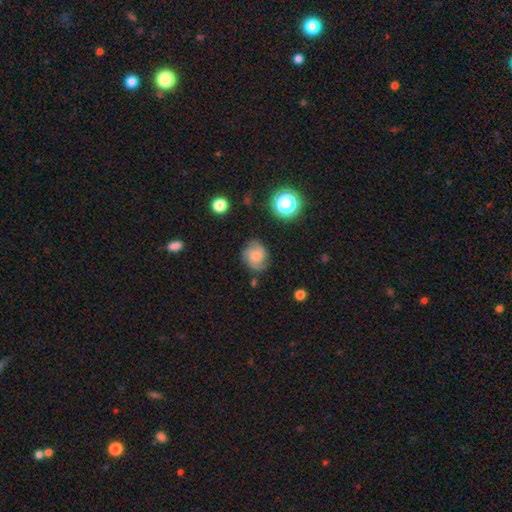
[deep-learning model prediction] Smooth or featured? Predicted: smooth (p=0.47). Merging? Predicted: none (p=0.69).